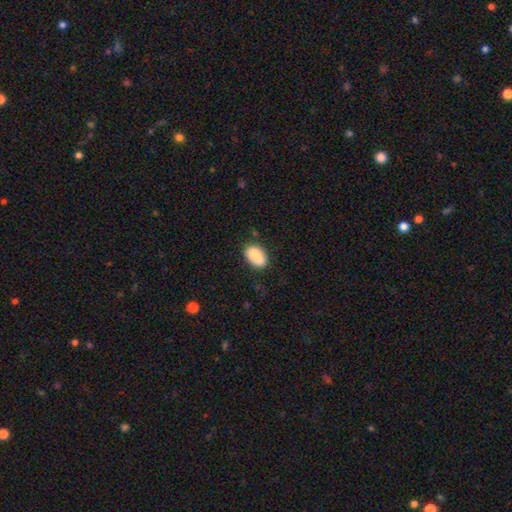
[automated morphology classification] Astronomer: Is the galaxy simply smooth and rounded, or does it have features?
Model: smooth — 88%.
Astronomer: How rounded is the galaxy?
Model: in between — 92%.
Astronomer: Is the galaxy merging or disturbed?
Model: none — 83%.